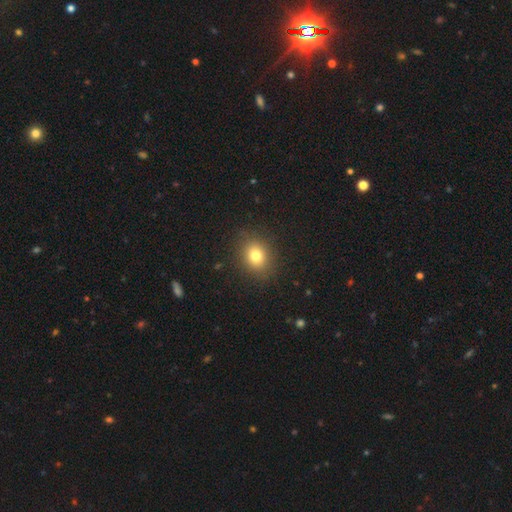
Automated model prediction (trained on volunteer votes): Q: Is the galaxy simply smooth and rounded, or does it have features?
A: smooth — 79%.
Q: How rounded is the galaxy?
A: round — 65%.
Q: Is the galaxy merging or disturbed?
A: none — 89%.